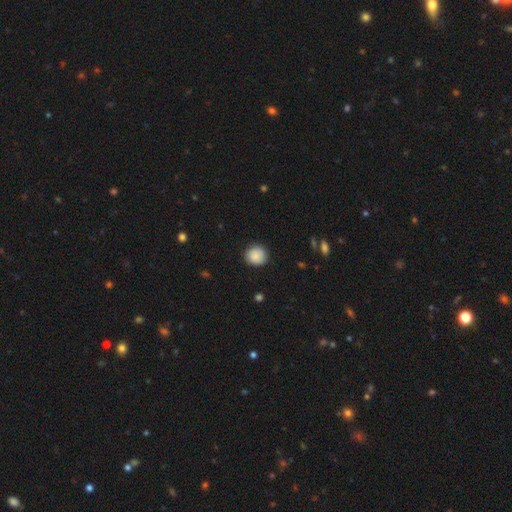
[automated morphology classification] Smooth or featured?
  - smooth: 88% *
  - star or artifact: 8%
  - featured or disk: 4%
How rounded?
  - round: 87% *
  - in between: 12%
  - cigar-shaped: 1%
Merging?
  - none: 86% *
  - minor disturbance: 10%
  - major disturbance: 2%
  - merger: 1%